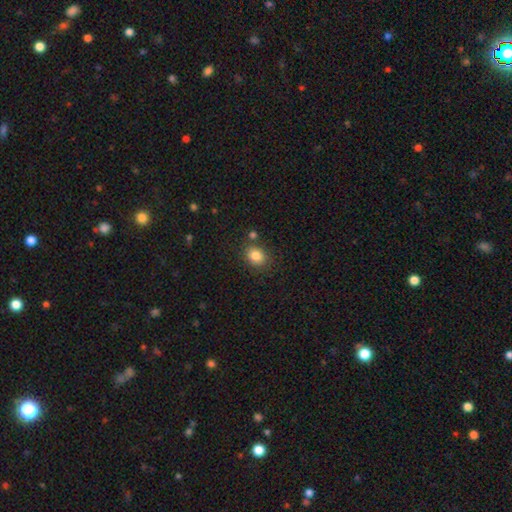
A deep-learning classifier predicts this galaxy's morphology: The model was most divided on "how rounded": round: 52%, in between: 47%, cigar-shaped: 1%. More confident: smooth or featured — smooth (83%); merging — none (78%).